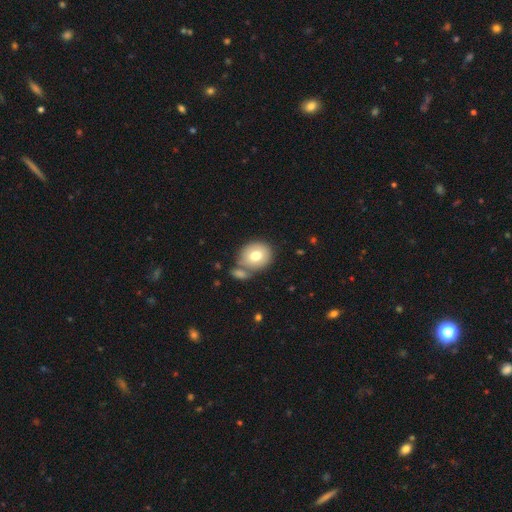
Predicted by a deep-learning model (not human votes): This is likely a smooth galaxy (75%). How rounded: likely round (71%). Merging: possibly none (57%).